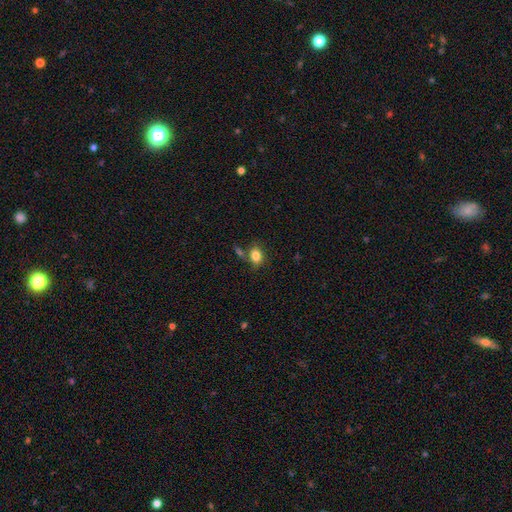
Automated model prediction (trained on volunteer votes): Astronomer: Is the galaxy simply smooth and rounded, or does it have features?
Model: smooth — 82%.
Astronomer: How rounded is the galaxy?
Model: in between — 64%.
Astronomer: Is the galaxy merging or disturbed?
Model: none — 65%.